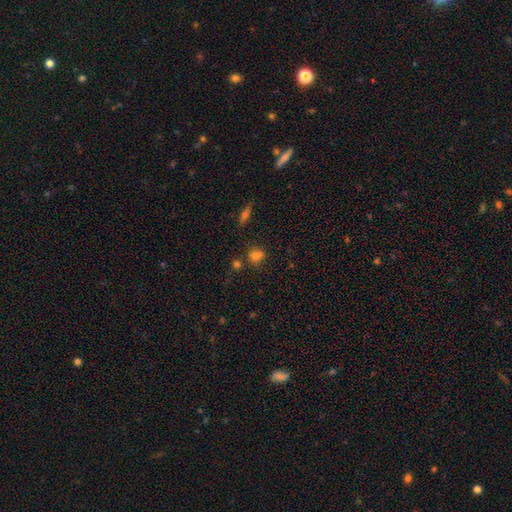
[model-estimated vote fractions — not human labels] A smooth galaxy with no disk features (70%) that is round (75%).

Vote fractions:
- Smooth or featured? smooth: 70% / star or artifact: 19% / featured or disk: 11%
- How rounded? round: 75% / in between: 23% / cigar-shaped: 2%
- Merging? none: 53% / merger: 31% / minor disturbance: 12% / major disturbance: 4%